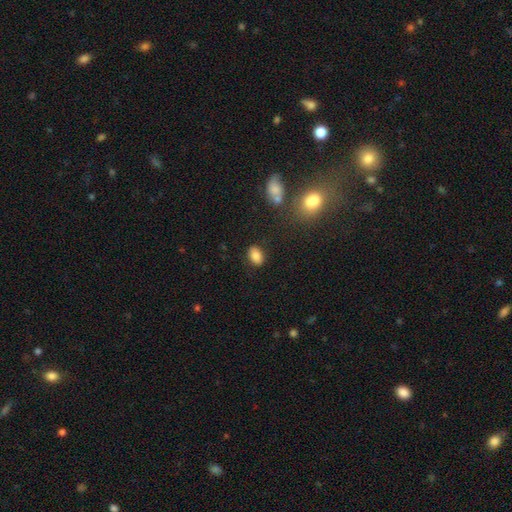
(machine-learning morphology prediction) Q: Smooth or featured?
A: smooth (84%); runner-up: star or artifact (10%)
Q: How rounded?
A: in between (82%); runner-up: round (16%)
Q: Merging?
A: none (85%); runner-up: minor disturbance (10%)